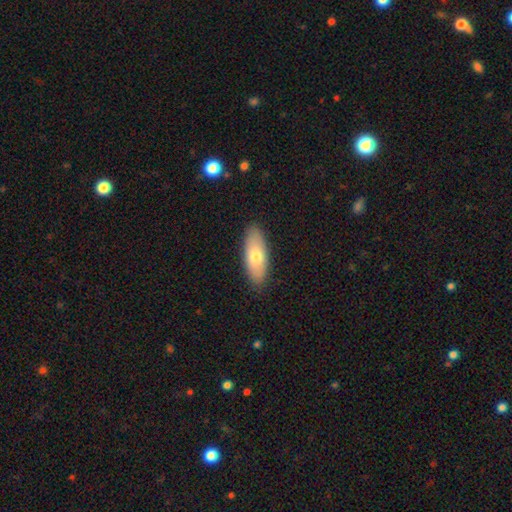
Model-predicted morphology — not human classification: Smooth or featured?
  - smooth: 70% *
  - featured or disk: 24%
  - star or artifact: 6%
How rounded?
  - in between: 77% *
  - cigar-shaped: 21%
  - round: 2%
Merging?
  - none: 89% *
  - minor disturbance: 8%
  - major disturbance: 2%
  - merger: 1%